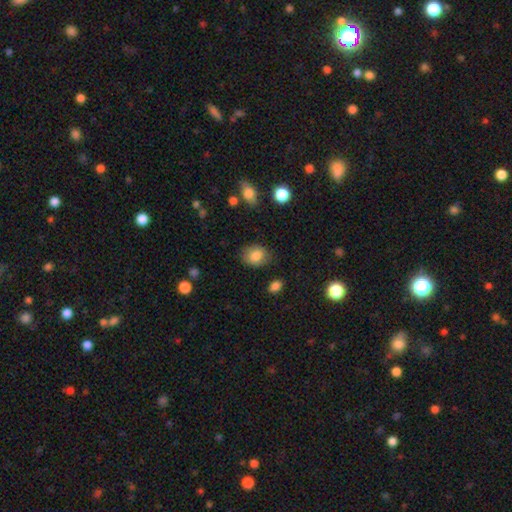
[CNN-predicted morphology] This appears to be a smooth galaxy with no disk features (83%) that is in between round and cigar-shaped (58%). Merging: none (80%).